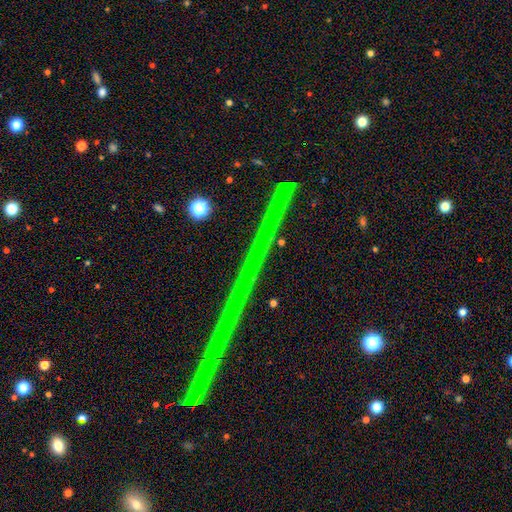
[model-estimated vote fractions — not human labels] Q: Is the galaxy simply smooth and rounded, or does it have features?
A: star or artifact — 78%.